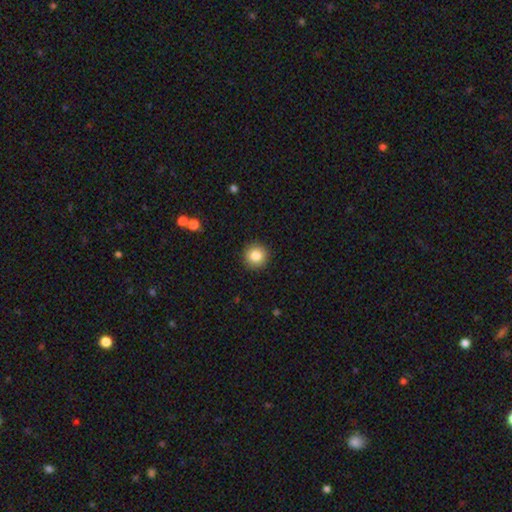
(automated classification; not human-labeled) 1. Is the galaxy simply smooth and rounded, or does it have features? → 84% smooth, 9% star or artifact, 7% featured or disk.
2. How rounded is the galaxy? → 95% round, 4% in between, 1% cigar-shaped.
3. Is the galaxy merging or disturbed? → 92% none, 5% minor disturbance, 2% major disturbance, 1% merger.